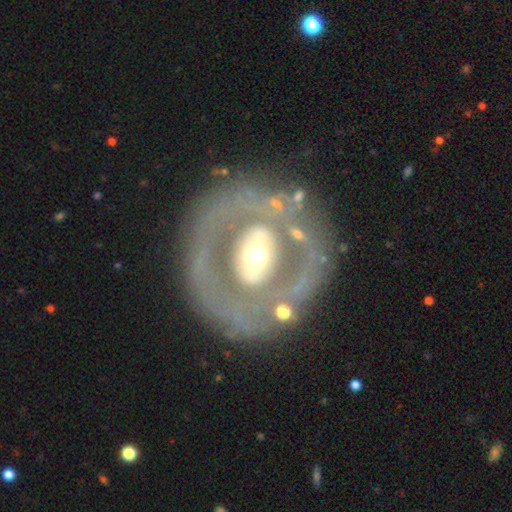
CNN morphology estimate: The model was most divided on "bar": no: 48%, weak: 26%, strong: 26%. More confident: edge-on disk — no (94%); smooth or featured — featured or disk (72%); merging — none (69%); spiral arms — no (67%); bulge size — moderate (62%).